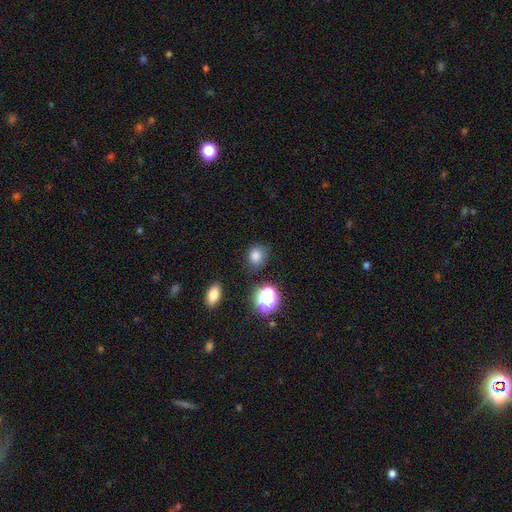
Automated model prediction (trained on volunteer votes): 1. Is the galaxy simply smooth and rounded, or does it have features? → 79% smooth, 15% star or artifact, 6% featured or disk.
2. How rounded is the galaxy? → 61% round, 38% in between, 1% cigar-shaped.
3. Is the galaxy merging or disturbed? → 75% none, 17% minor disturbance, 5% major disturbance, 3% merger.